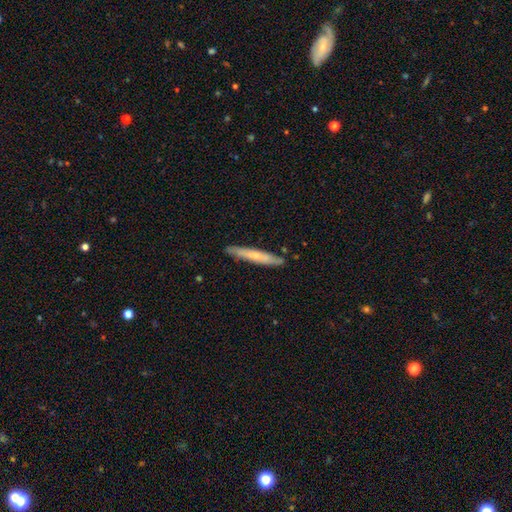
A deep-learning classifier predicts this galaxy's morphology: This is possibly a smooth galaxy (57%). How rounded: clearly cigar-shaped (95%). Merging: clearly none (86%).